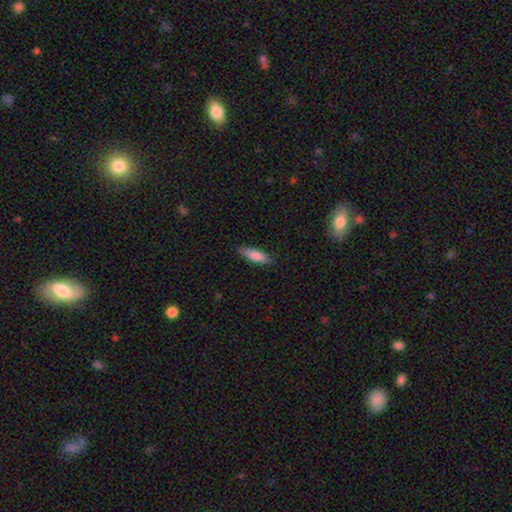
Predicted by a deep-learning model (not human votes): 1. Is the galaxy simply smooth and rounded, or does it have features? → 83% smooth, 11% featured or disk, 6% star or artifact.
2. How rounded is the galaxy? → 54% cigar-shaped, 44% in between, 2% round.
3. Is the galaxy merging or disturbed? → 84% none, 13% minor disturbance, 2% major disturbance, 1% merger.